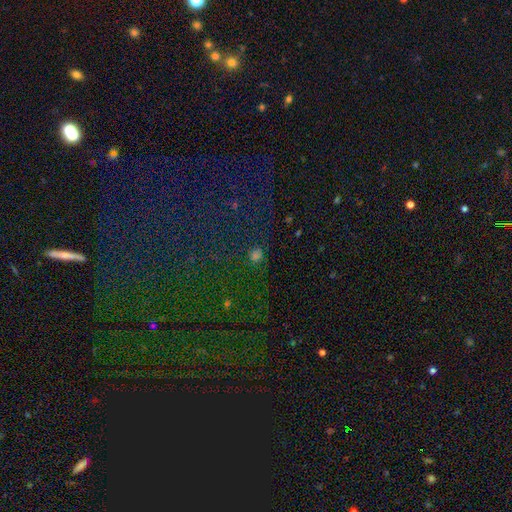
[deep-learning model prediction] The model was most divided on "smooth or featured": smooth: 51%, star or artifact: 43%, featured or disk: 6%. More confident: merging — none (83%); how rounded — round (82%).